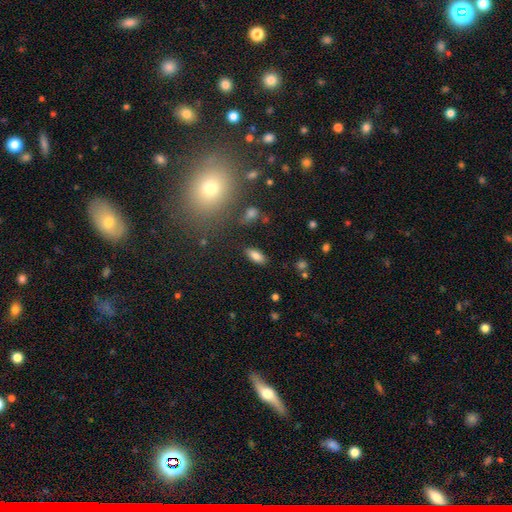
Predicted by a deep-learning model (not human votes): smooth_or_featured: smooth (p=0.82) [alt: featured or disk p=0.10]
how_rounded: in between (p=0.86) [alt: cigar-shaped p=0.11]
merging: none (p=0.87) [alt: minor disturbance p=0.09]